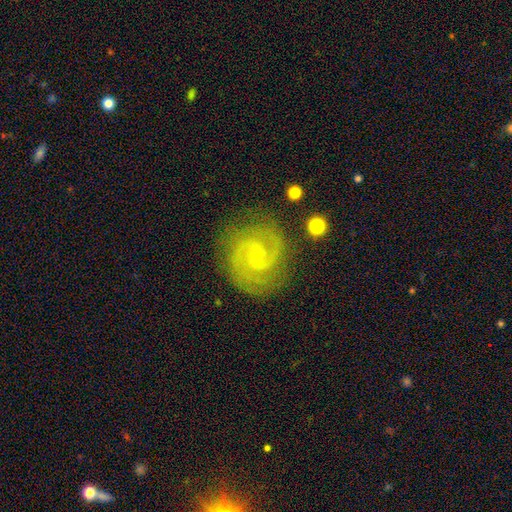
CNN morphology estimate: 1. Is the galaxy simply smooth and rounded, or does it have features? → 89% featured or disk, 6% smooth, 6% star or artifact.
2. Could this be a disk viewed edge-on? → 98% no, 2% yes.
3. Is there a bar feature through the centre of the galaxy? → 48% weak, 38% no, 14% strong.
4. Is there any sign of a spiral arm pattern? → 98% yes, 2% no.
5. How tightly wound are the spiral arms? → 52% medium, 37% tight, 11% loose.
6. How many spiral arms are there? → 81% 2, 7% 3, 5% can't tell, 2% 4, 2% 1, 2% more than 4.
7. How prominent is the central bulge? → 85% small, 9% moderate, 4% none, 1% large, 1% dominant.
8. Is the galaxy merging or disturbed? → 81% none, 13% minor disturbance, 4% major disturbance, 2% merger.